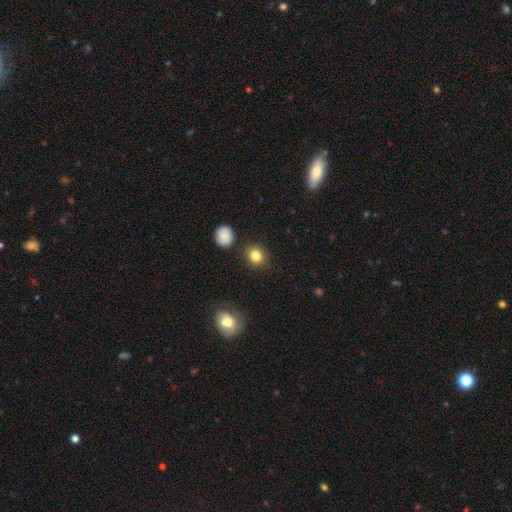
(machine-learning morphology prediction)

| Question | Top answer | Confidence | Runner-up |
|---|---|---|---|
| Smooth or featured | smooth | 84% | star or artifact (11%) |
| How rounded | round | 81% | in between (18%) |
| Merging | none | 87% | minor disturbance (7%) |